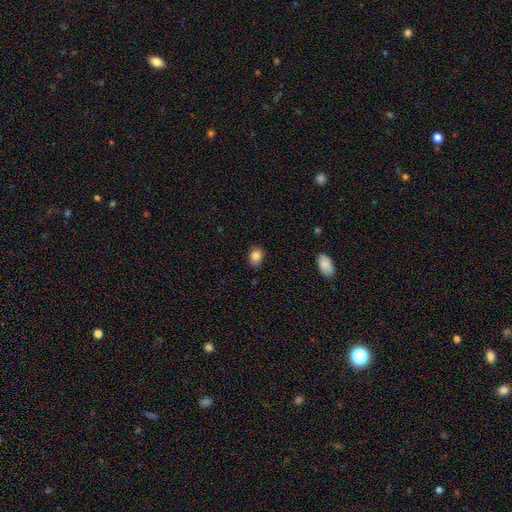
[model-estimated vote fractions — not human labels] Smooth or featured? Predicted: smooth (p=0.84). How rounded? Predicted: in between (p=0.56). Merging? Predicted: none (p=0.81).